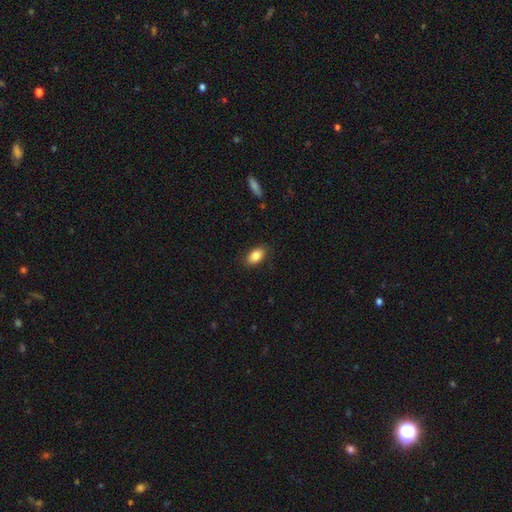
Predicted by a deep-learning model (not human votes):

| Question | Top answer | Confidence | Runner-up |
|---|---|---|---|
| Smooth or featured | smooth | 85% | featured or disk (7%) |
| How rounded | in between | 90% | round (8%) |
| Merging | none | 86% | minor disturbance (11%) |